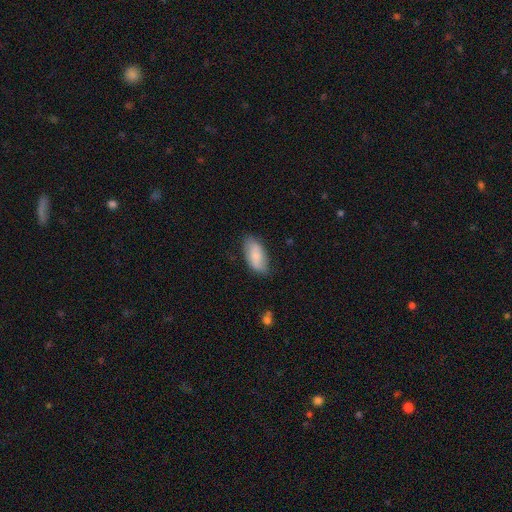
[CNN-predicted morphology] Overall: smooth (79%). How rounded: in between (92%). Merging: none (72%).